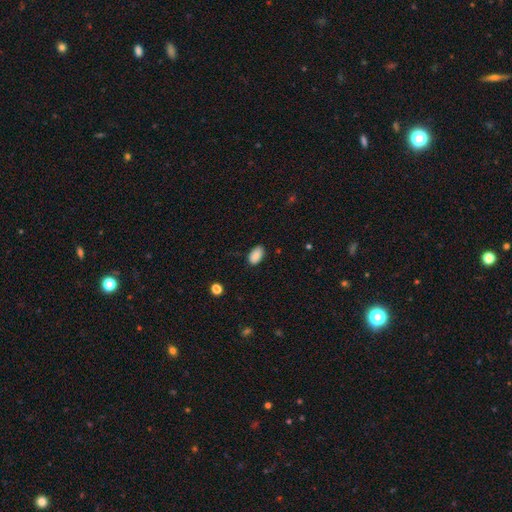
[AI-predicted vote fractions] Smooth or featured? smooth (88%)
How rounded? in between (92%)
Merging? none (81%)